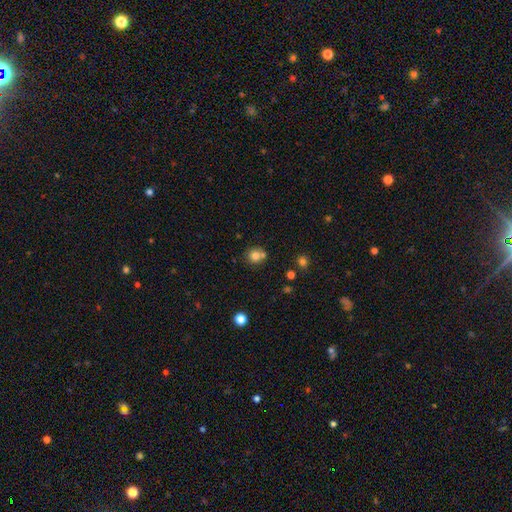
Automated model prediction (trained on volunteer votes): The model was most divided on "merging": none: 61%, merger: 25%, minor disturbance: 11%, major disturbance: 3%. More confident: how rounded — round (85%); smooth or featured — smooth (78%).